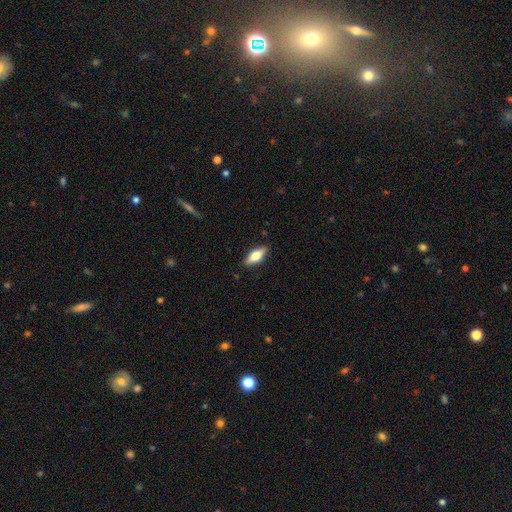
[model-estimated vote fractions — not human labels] Smooth or featured? smooth (65%)
How rounded? in between (71%)
Merging? none (86%)